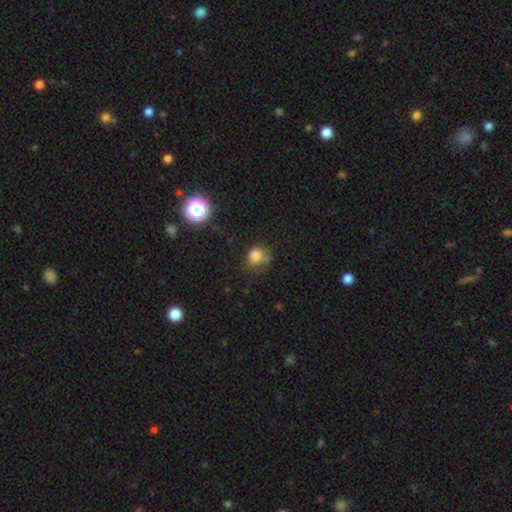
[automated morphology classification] Overall: smooth (76%). How rounded: round (72%). Merging: none (47%; minor disturbance 30%).